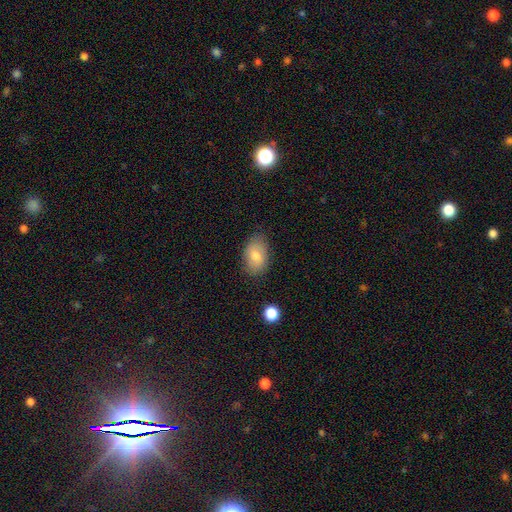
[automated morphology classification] Smooth or featured? smooth (77%)
How rounded? in between (88%)
Merging? none (82%)